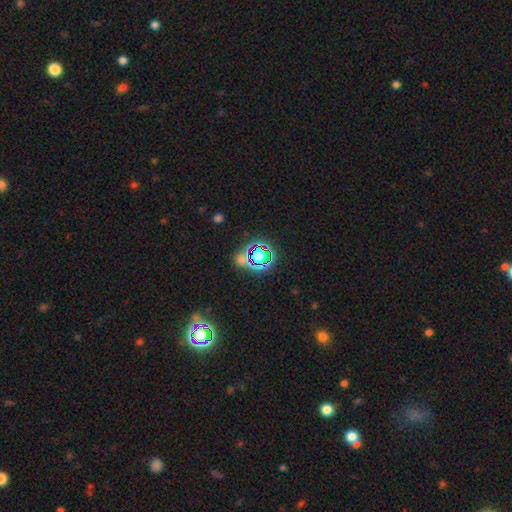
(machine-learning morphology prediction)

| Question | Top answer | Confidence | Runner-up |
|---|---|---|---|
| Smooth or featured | star or artifact | 62% | smooth (27%) |